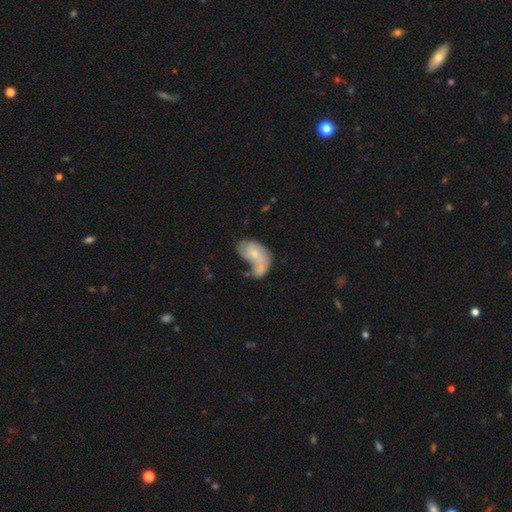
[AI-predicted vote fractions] Smooth or featured? Predicted: featured or disk (p=0.50). Merging? Predicted: merger (p=0.48).